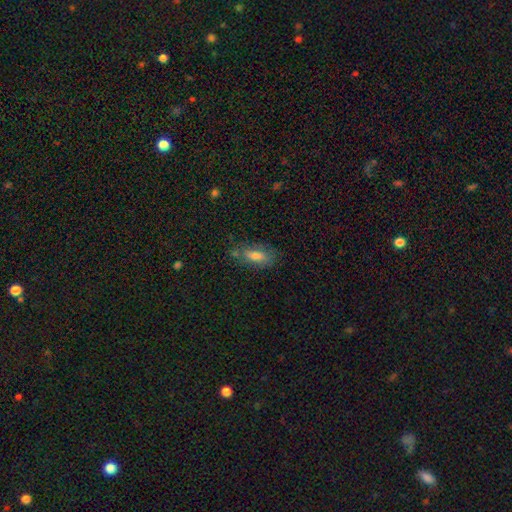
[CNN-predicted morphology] The model was most divided on "merging": none: 67%, minor disturbance: 21%, major disturbance: 7%, merger: 5%. More confident: how rounded — in between (76%); smooth or featured — smooth (68%).